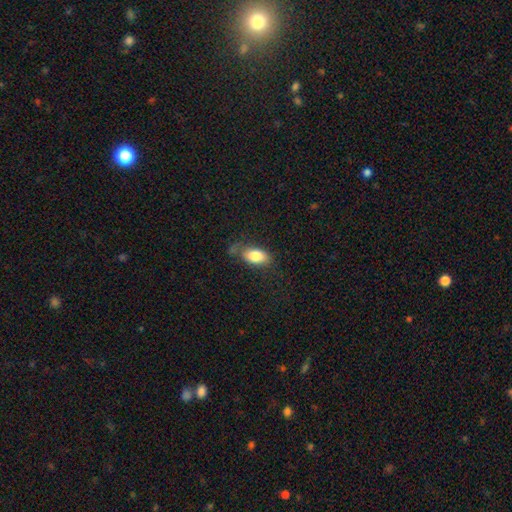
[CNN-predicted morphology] Smooth or featured: smooth — 82% (featured or disk — 11%)
How rounded: in between — 89% (cigar-shaped — 5%)
Merging: none — 59% (minor disturbance — 25%)